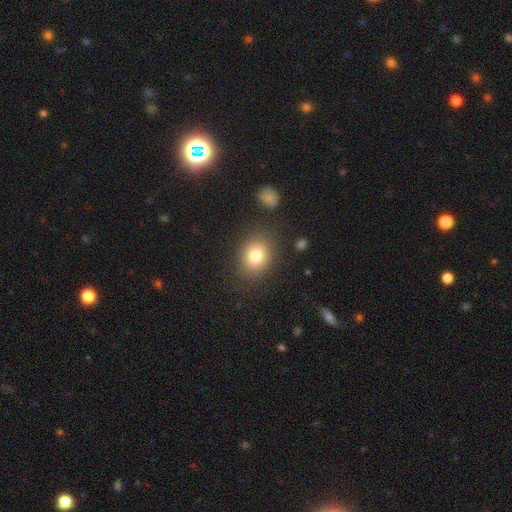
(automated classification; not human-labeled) Smooth or featured: smooth — 79% (star or artifact — 11%)
How rounded: round — 57% (in between — 42%)
Merging: none — 83% (minor disturbance — 10%)